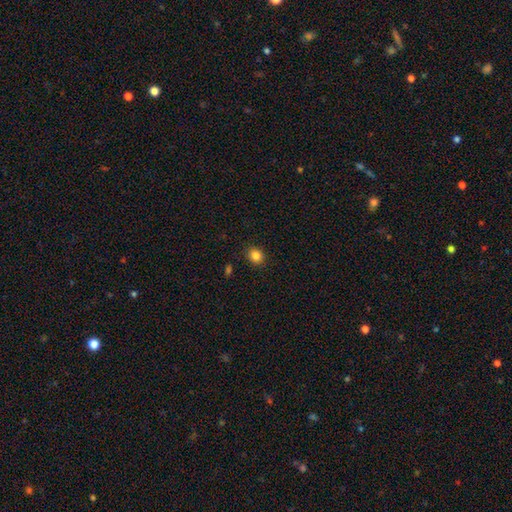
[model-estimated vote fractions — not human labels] Smooth or featured?
  - smooth: 85% *
  - star or artifact: 11%
  - featured or disk: 4%
How rounded?
  - round: 67% *
  - in between: 33%
  - cigar-shaped: 1%
Merging?
  - none: 89% *
  - minor disturbance: 8%
  - major disturbance: 2%
  - merger: 1%